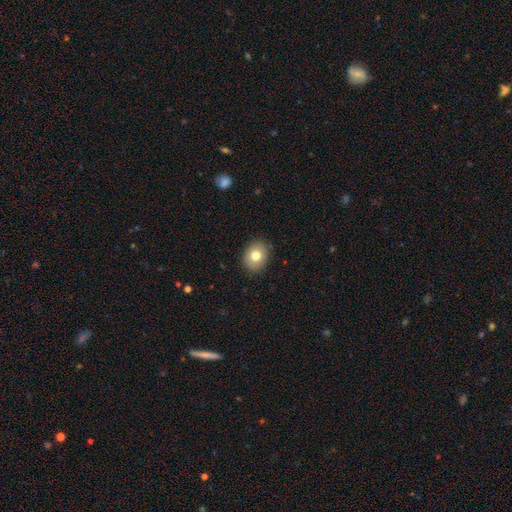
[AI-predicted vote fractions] Smooth or featured? Predicted: smooth (p=0.78). How rounded? Predicted: round (p=0.52). Merging? Predicted: none (p=0.88).